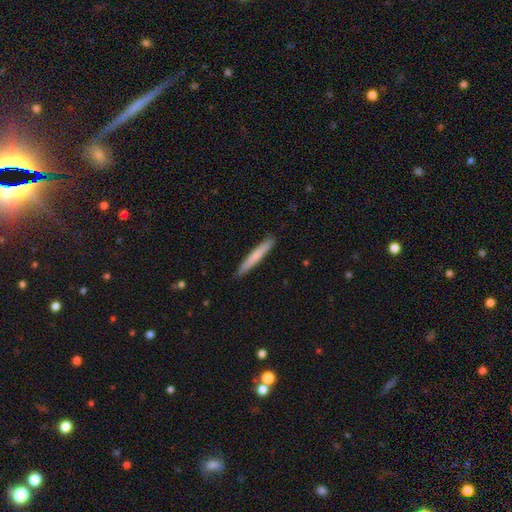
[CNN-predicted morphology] Q: Smooth or featured?
A: smooth (72%); runner-up: featured or disk (23%)
Q: How rounded?
A: cigar-shaped (96%); runner-up: in between (3%)
Q: Merging?
A: none (91%); runner-up: minor disturbance (6%)